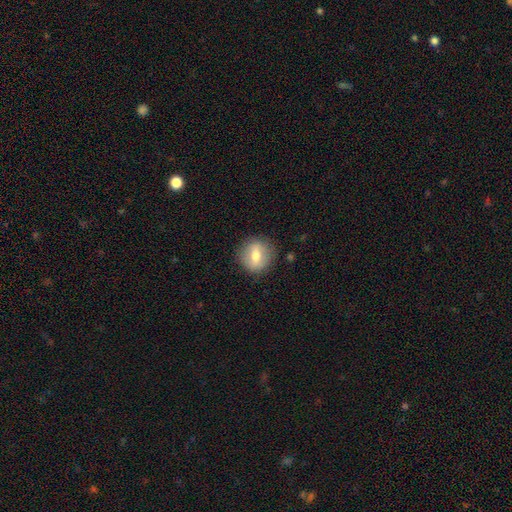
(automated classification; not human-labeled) smooth_or_featured: smooth (p=0.58) [alt: featured or disk p=0.35]
how_rounded: round (p=0.79) [alt: in between p=0.20]
merging: none (p=0.84) [alt: minor disturbance p=0.11]